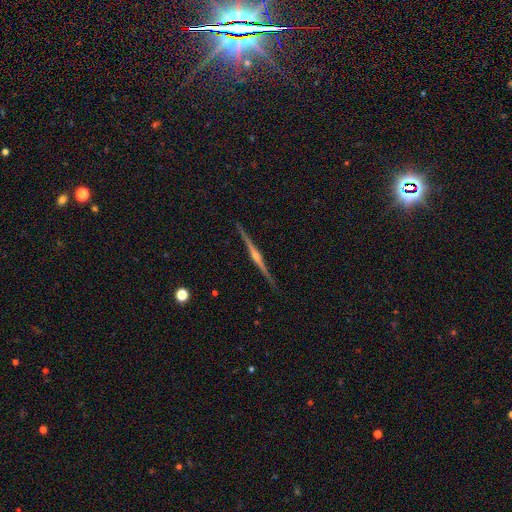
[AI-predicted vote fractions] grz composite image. It shows a featured or disk galaxy (83%) viewed edge-on (98%) with a rounded central bulge (83%). Merging: none (92%).